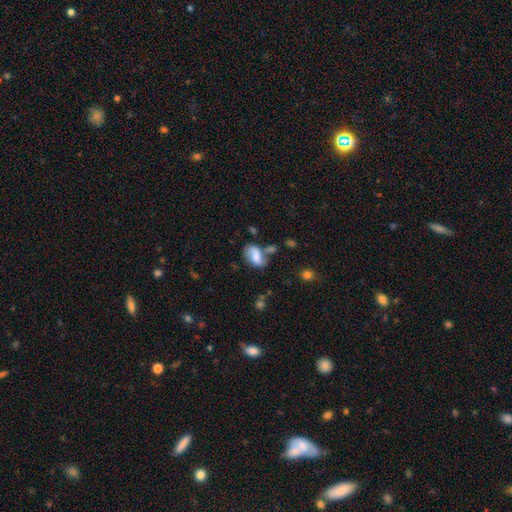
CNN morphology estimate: smooth-or-featured: smooth: 56% | featured or disk: 35% | star or artifact: 9%
  how-rounded: in between: 86% | round: 12% | cigar-shaped: 2%
  merging: none: 44% | minor disturbance: 26% | merger: 17% | major disturbance: 14%